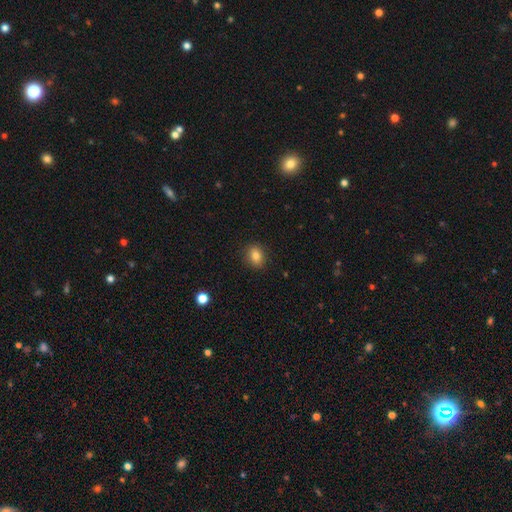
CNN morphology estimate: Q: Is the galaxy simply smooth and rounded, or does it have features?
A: smooth — 82%.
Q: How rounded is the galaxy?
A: in between — 53%.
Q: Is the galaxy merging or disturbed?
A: none — 89%.